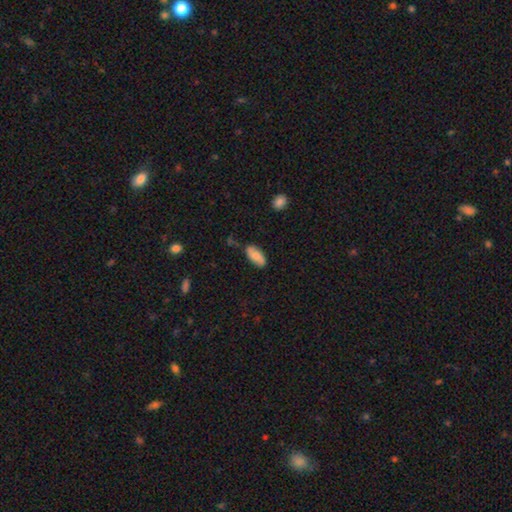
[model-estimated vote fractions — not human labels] smooth-or-featured: smooth: 71% | featured or disk: 22% | star or artifact: 7%
  how-rounded: in between: 91% | cigar-shaped: 6% | round: 2%
  merging: none: 76% | minor disturbance: 18% | major disturbance: 4% | merger: 2%